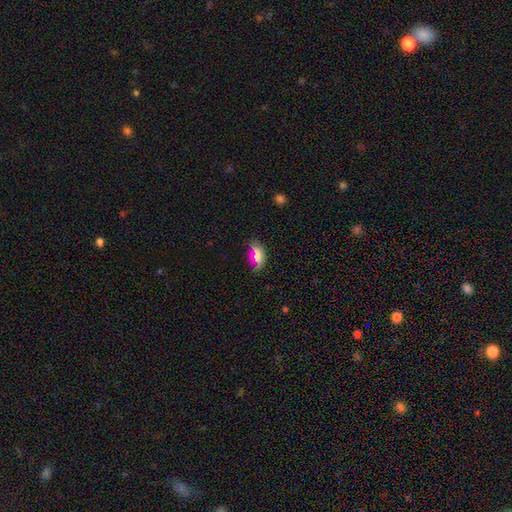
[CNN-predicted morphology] A smooth galaxy with no disk features (70%) that is in between round and cigar-shaped (86%).

Vote fractions:
- Smooth or featured? smooth: 70% / star or artifact: 18% / featured or disk: 12%
- How rounded? in between: 86% / round: 8% / cigar-shaped: 6%
- Merging? none: 81% / minor disturbance: 14% / major disturbance: 3% / merger: 2%